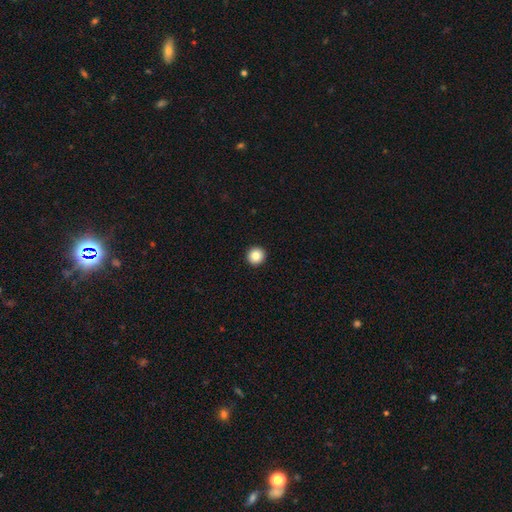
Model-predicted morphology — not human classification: The model was most divided on "smooth or featured": smooth: 86%, star or artifact: 9%, featured or disk: 5%. More confident: how rounded — round (95%); merging — none (94%).